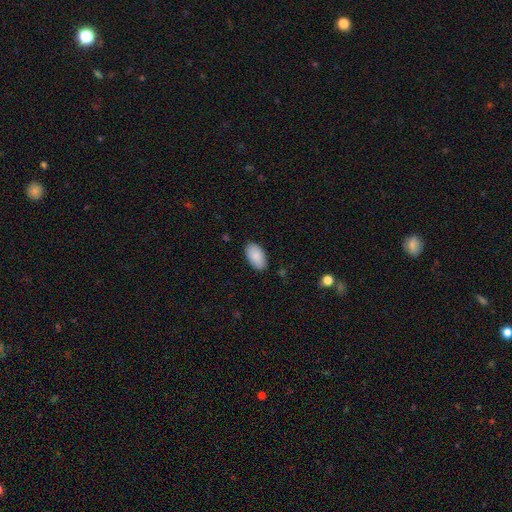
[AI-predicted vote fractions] smooth 89%, star or artifact 6%, featured or disk 5%. Down the decision tree: how rounded — in between (96%); merging — none (87%).